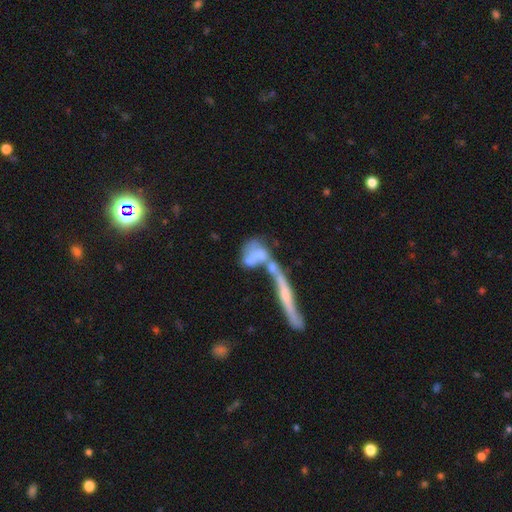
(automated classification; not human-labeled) This is possibly a smooth galaxy (48%). Merging: likely merger (60%).